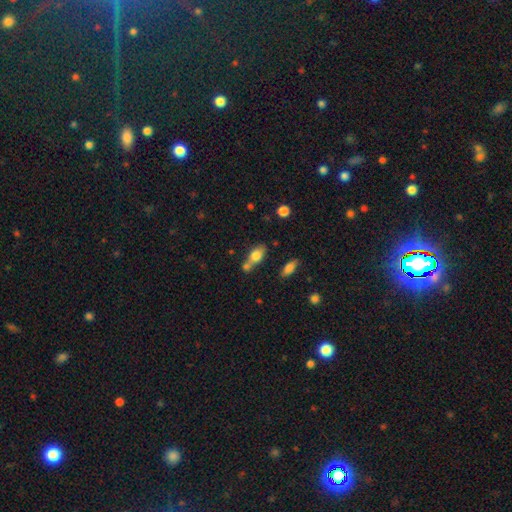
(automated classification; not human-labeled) This is likely a smooth galaxy (76%). How rounded: likely in between (78%). Merging: marginally merger (42%).